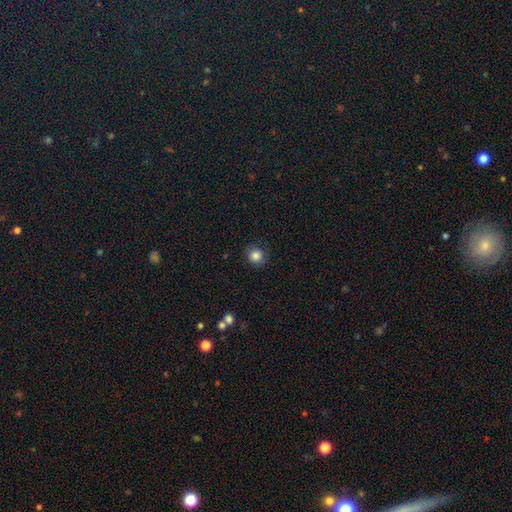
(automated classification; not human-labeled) Morphology: type=smooth (84%); roundness=round (84%); merging=none (83%).